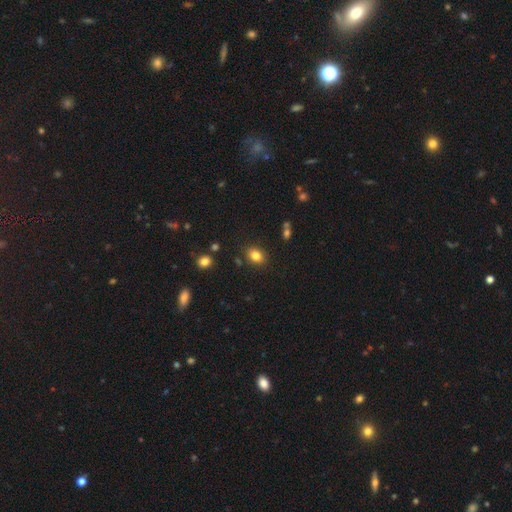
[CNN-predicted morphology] smooth_or_featured: smooth (p=0.82) [alt: star or artifact p=0.11]
how_rounded: in between (p=0.58) [alt: round p=0.40]
merging: none (p=0.85) [alt: minor disturbance p=0.10]